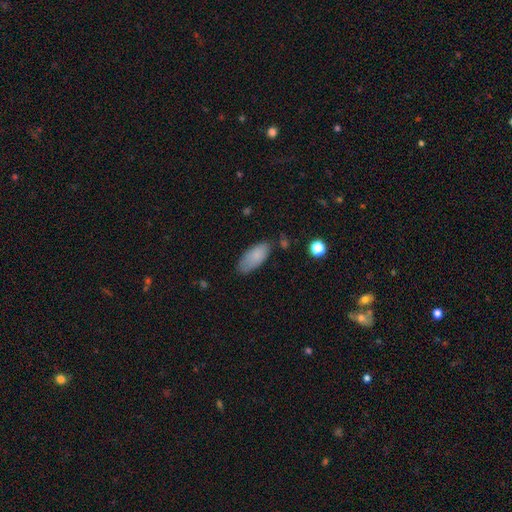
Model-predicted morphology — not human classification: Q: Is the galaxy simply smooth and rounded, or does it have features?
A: smooth — 84%.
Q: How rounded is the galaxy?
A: in between — 87%.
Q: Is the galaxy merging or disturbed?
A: none — 68%.